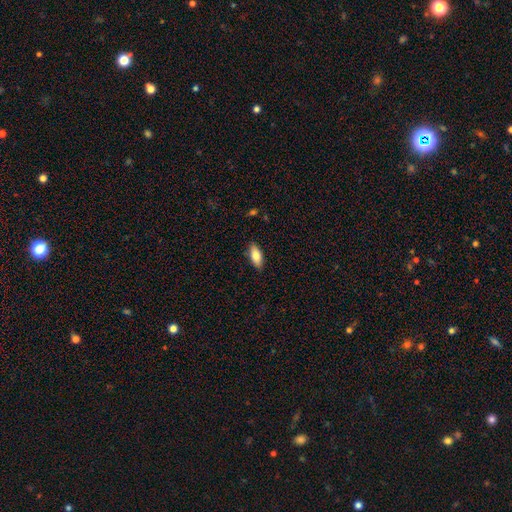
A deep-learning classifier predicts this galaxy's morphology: Overall: smooth (79%). How rounded: in between (82%). Merging: none (87%).